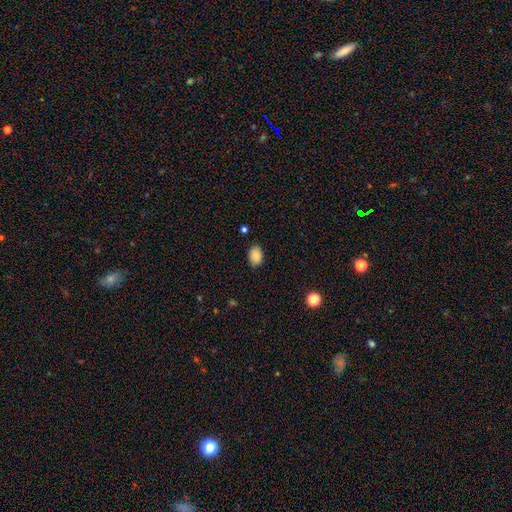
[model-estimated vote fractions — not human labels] Overall: smooth (88%). How rounded: in between (83%). Merging: none (84%).